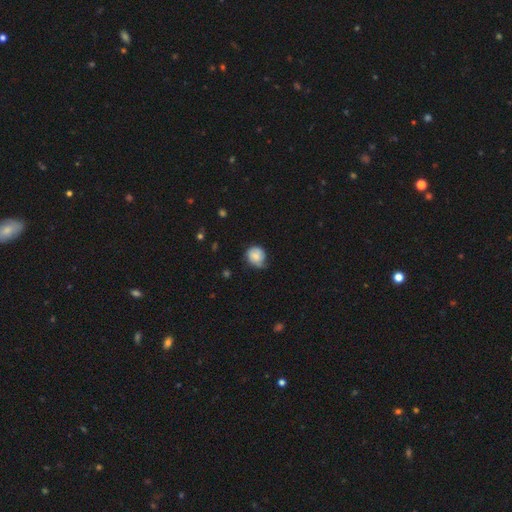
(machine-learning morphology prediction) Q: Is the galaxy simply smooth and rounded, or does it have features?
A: smooth — 67%.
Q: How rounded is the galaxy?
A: round — 73%.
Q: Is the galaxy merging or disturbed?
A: none — 49%.